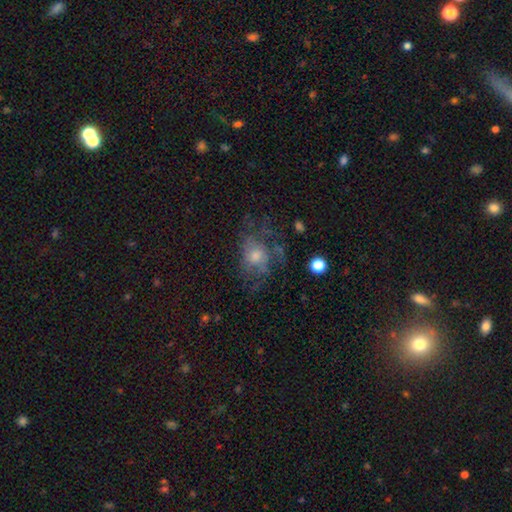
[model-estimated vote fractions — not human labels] Morphology: type=featured or disk (51%); edge-on=no (96%); merging=none (49%).